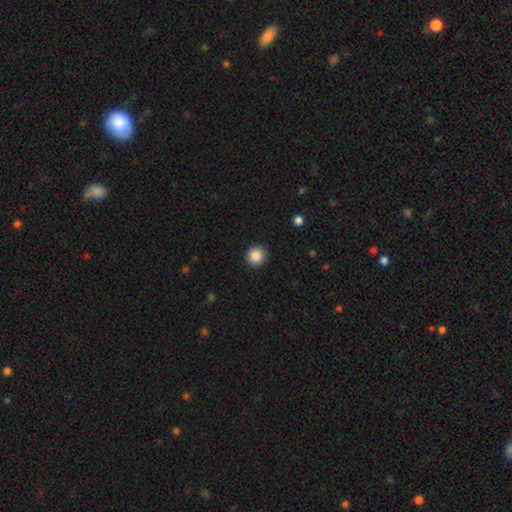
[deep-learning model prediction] A smooth galaxy with no disk features (87%) that is round (93%). Merging: none (92%).